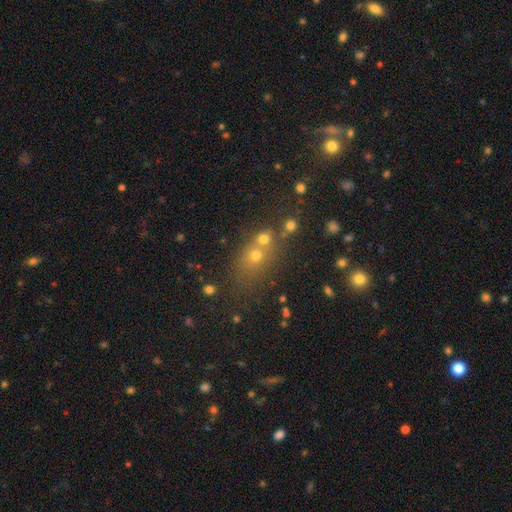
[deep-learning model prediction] The model was most divided on "merging": none: 47%, merger: 39%, minor disturbance: 9%, major disturbance: 5%. More confident: how rounded — round (66%); smooth or featured — smooth (64%).